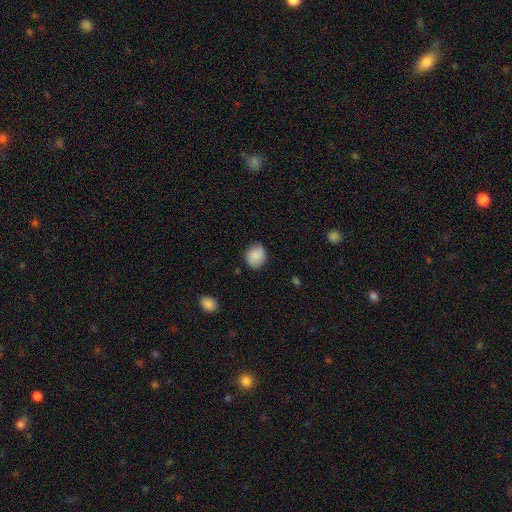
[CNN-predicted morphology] Smooth or featured?
  - smooth: 82% *
  - featured or disk: 10%
  - star or artifact: 8%
How rounded?
  - round: 62% *
  - in between: 37%
  - cigar-shaped: 1%
Merging?
  - none: 81% *
  - minor disturbance: 15%
  - major disturbance: 3%
  - merger: 1%